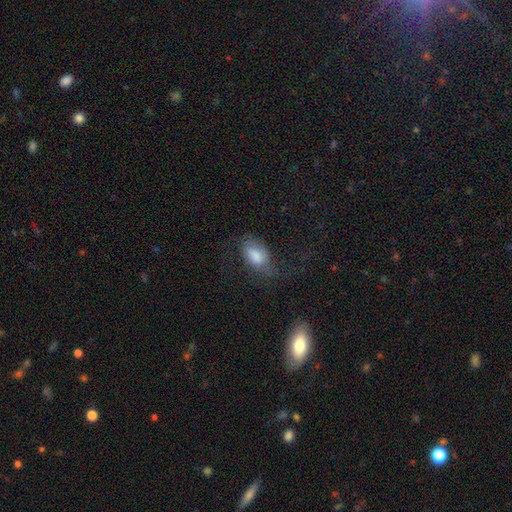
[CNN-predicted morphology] A smooth galaxy with no disk features (64%) that is in between round and cigar-shaped (89%).

Vote fractions:
- Smooth or featured? smooth: 64% / featured or disk: 26% / star or artifact: 10%
- How rounded? in between: 89% / round: 8% / cigar-shaped: 3%
- Merging? none: 40% / major disturbance: 34% / minor disturbance: 22% / merger: 3%